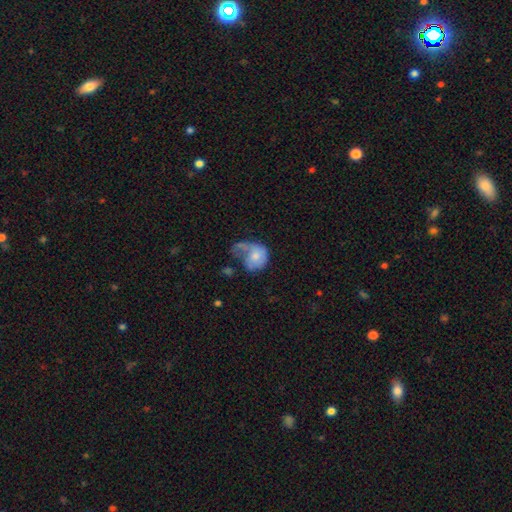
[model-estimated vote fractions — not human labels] Overall: smooth (53%; featured or disk 40%). How rounded: round (50%; in between 49%). Merging: major disturbance (55%; minor disturbance 20%).